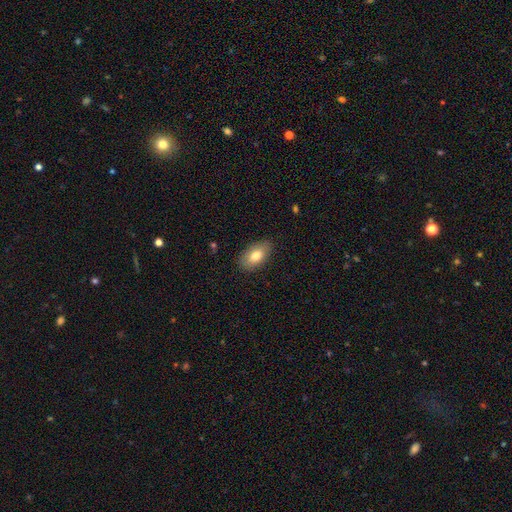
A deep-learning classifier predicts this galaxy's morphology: A smooth galaxy with no disk features (78%) that is in between round and cigar-shaped (92%). Merging: none (84%).